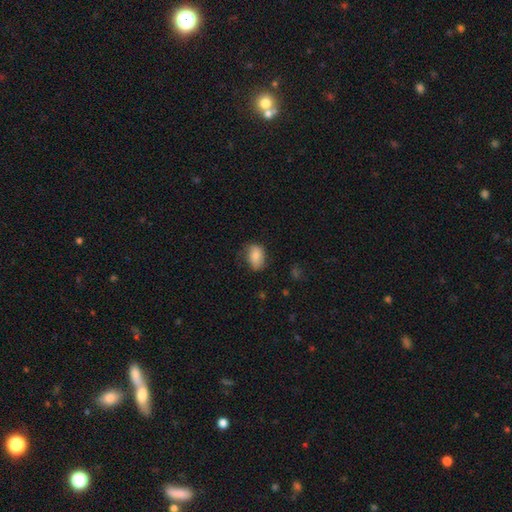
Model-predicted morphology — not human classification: Overall: smooth (83%). How rounded: in between (79%). Merging: none (62%; minor disturbance 29%).